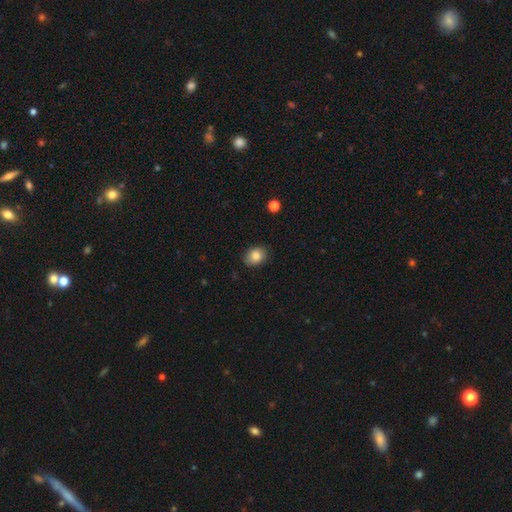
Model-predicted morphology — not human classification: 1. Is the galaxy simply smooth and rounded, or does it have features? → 84% smooth, 8% star or artifact, 7% featured or disk.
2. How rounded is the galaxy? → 62% in between, 37% round, 1% cigar-shaped.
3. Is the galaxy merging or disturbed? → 83% none, 13% minor disturbance, 2% major disturbance, 1% merger.